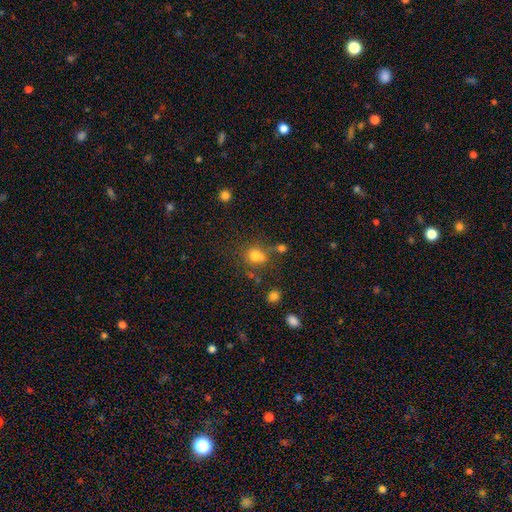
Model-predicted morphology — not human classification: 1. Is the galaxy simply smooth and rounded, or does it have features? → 73% smooth, 16% star or artifact, 11% featured or disk.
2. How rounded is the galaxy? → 71% round, 27% in between, 1% cigar-shaped.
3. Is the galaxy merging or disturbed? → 50% none, 28% merger, 15% minor disturbance, 8% major disturbance.